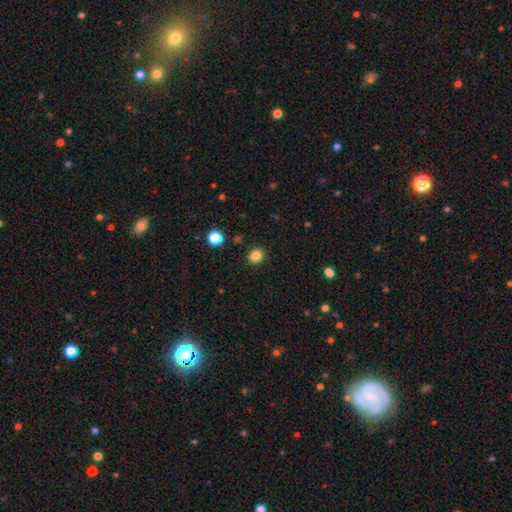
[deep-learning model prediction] A smooth galaxy with no disk features (84%) that is round (72%). Merging: none (90%).